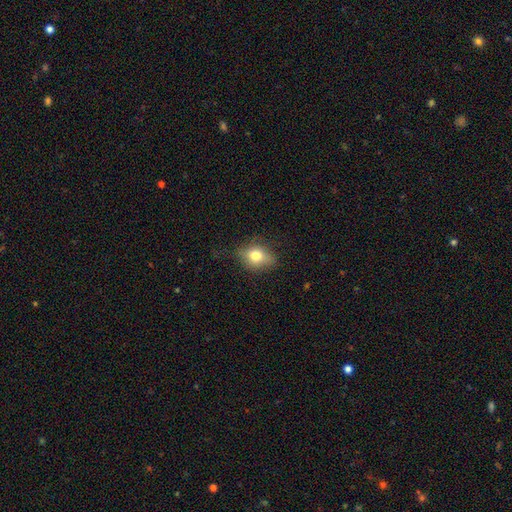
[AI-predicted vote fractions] A smooth galaxy with no disk features (73%) that is in between round and cigar-shaped (60%).

Vote fractions:
- Smooth or featured? smooth: 73% / featured or disk: 18% / star or artifact: 10%
- How rounded? in between: 60% / round: 38% / cigar-shaped: 3%
- Merging? none: 70% / minor disturbance: 22% / major disturbance: 7% / merger: 1%